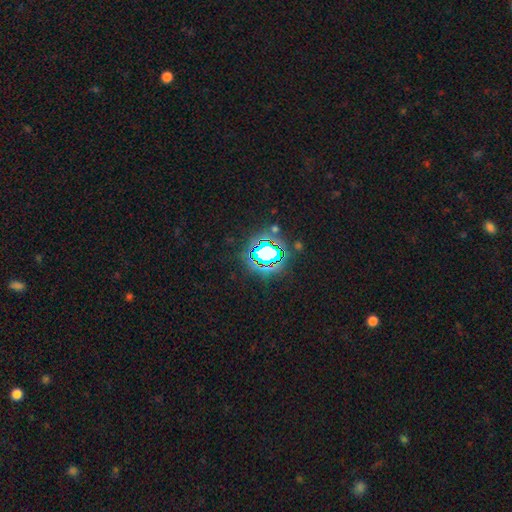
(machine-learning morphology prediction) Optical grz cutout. It shows a star or artifact, not a galaxy (79%).